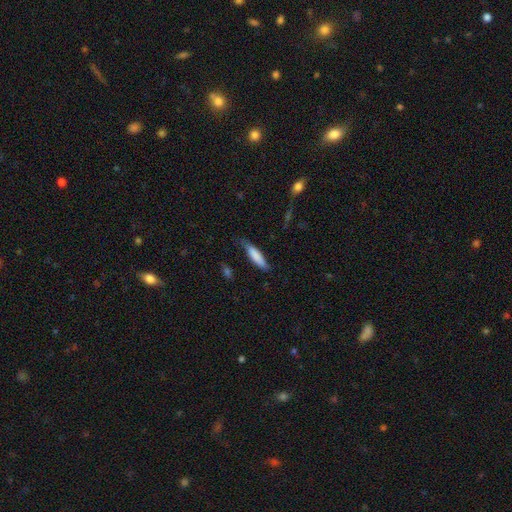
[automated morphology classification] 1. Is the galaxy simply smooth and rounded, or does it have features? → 80% smooth, 14% featured or disk, 6% star or artifact.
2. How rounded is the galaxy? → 73% cigar-shaped, 26% in between, 1% round.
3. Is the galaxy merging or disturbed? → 63% none, 28% minor disturbance, 7% major disturbance, 2% merger.